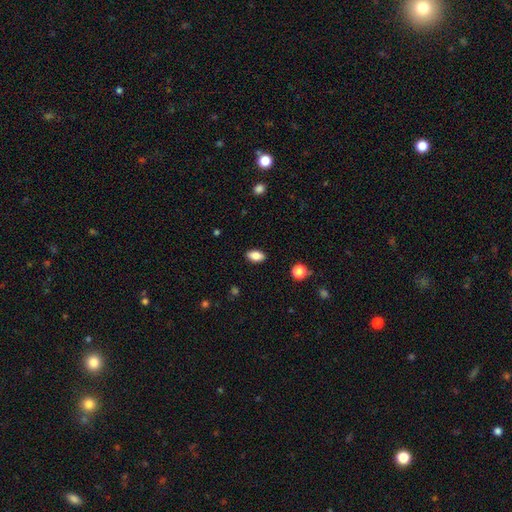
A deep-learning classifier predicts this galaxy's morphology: Smooth or featured?
  - smooth: 85% *
  - star or artifact: 9%
  - featured or disk: 7%
How rounded?
  - in between: 90% *
  - round: 6%
  - cigar-shaped: 4%
Merging?
  - none: 88% *
  - minor disturbance: 8%
  - major disturbance: 2%
  - merger: 1%